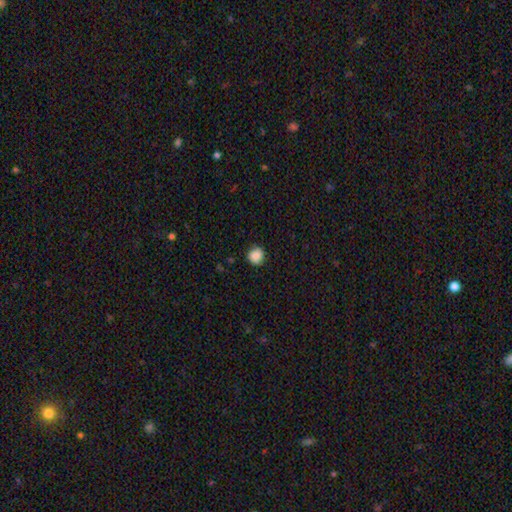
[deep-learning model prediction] A smooth galaxy with no disk features (86%) that is round (91%). Merging: none (86%).